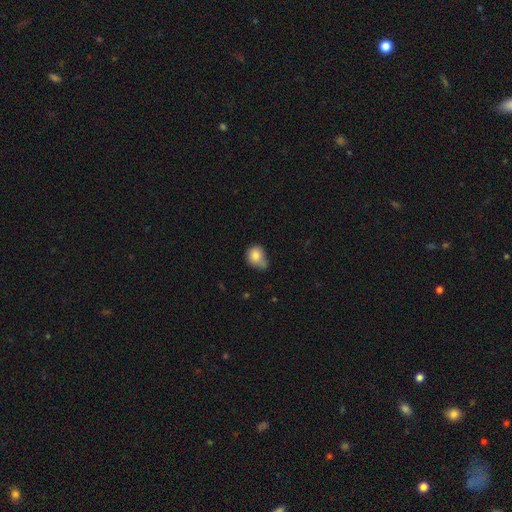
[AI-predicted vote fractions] This appears to be a smooth galaxy with no disk features (82%) that is round (62%). Merging: none (41%).